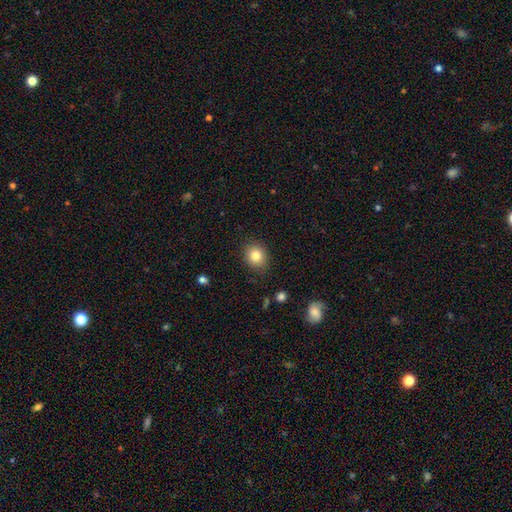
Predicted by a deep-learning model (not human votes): smooth_or_featured: smooth (p=0.82) [alt: star or artifact p=0.10]
how_rounded: round (p=0.74) [alt: in between p=0.26]
merging: none (p=0.86) [alt: minor disturbance p=0.10]